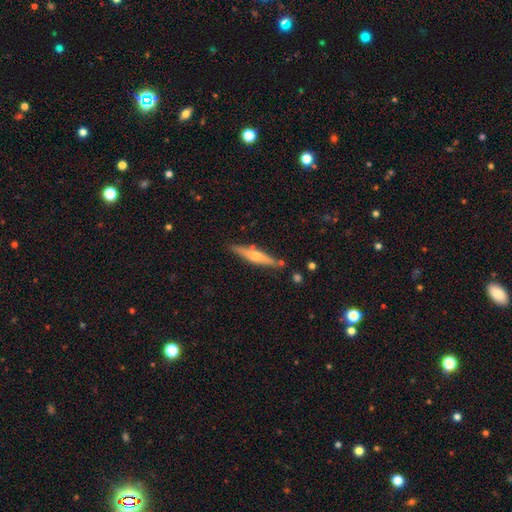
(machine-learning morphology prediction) A featured or disk galaxy (55%) viewed edge-on (95%) with a rounded central bulge (81%). Merging: none (83%).